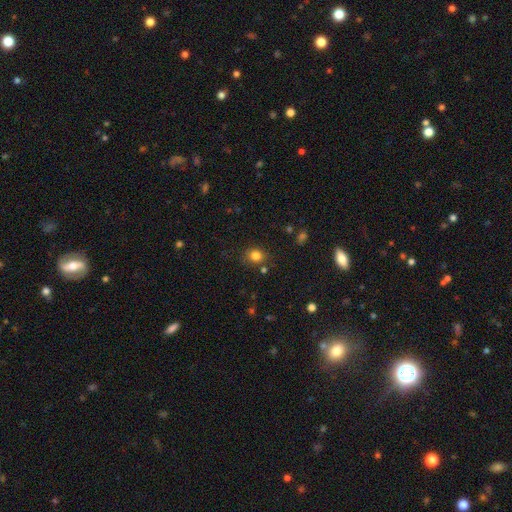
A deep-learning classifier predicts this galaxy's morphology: Overall: smooth (81%). How rounded: round (67%; in between 32%). Merging: none (79%).